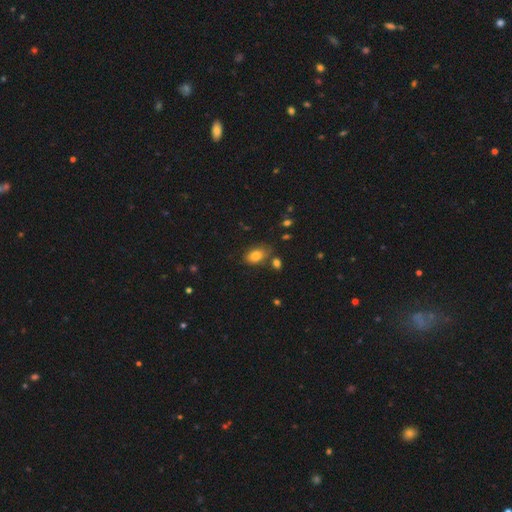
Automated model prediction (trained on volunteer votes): This appears to be a smooth galaxy with no disk features (83%) that is in between round and cigar-shaped (87%). Merging: none (68%).